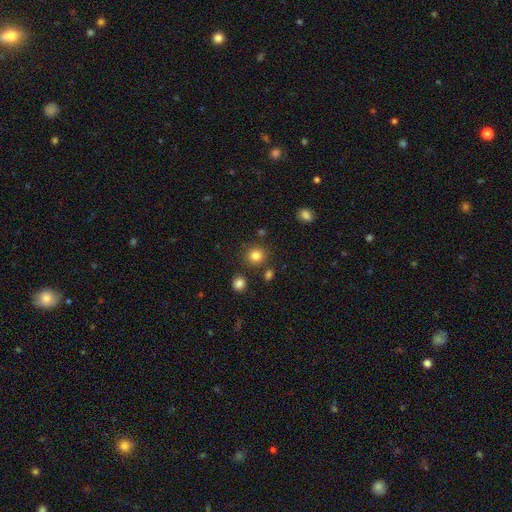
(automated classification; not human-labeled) Morphology: type=smooth (82%); roundness=round (89%); merging=none (84%).